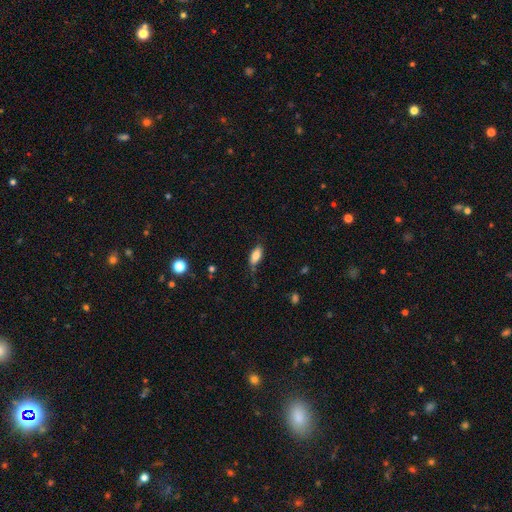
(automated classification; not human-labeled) This is clearly a smooth galaxy (82%). How rounded: clearly in between (86%). Merging: likely none (67%).